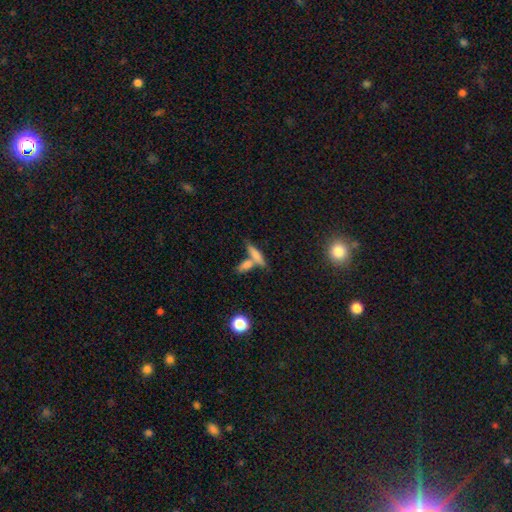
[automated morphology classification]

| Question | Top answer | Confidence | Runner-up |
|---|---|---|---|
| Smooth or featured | smooth | 69% | featured or disk (22%) |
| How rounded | cigar-shaped | 70% | in between (26%) |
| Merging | none | 45% | merger (41%) |